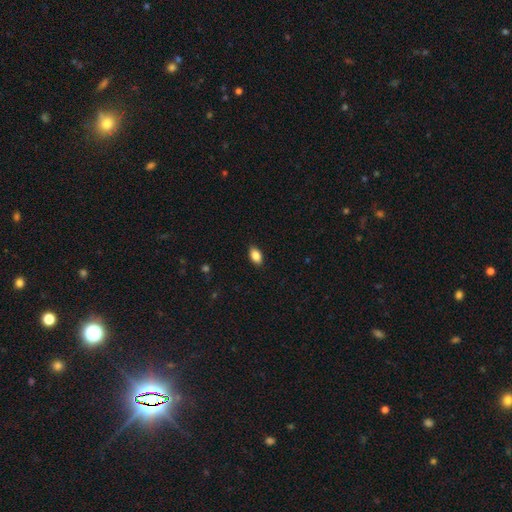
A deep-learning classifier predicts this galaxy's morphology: Smooth or featured? Predicted: smooth (p=0.86). How rounded? Predicted: in between (p=0.89). Merging? Predicted: none (p=0.89).